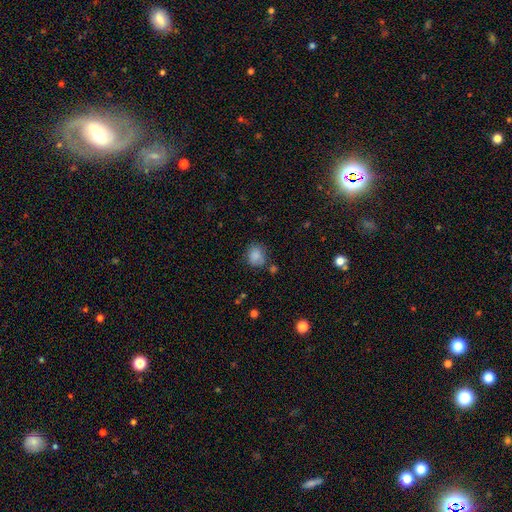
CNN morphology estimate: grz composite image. It shows a smooth galaxy with no disk features (84%) that is round (64%). Merging: none (67%).